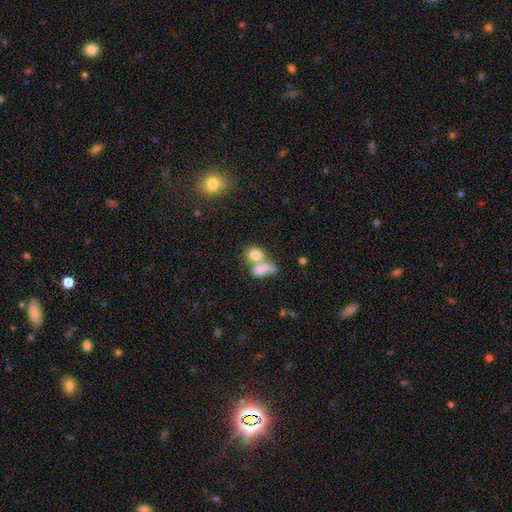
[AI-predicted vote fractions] The model was most divided on "how rounded": round: 52%, in between: 44%, cigar-shaped: 3%. More confident: smooth or featured — smooth (77%); merging — merger (56%).